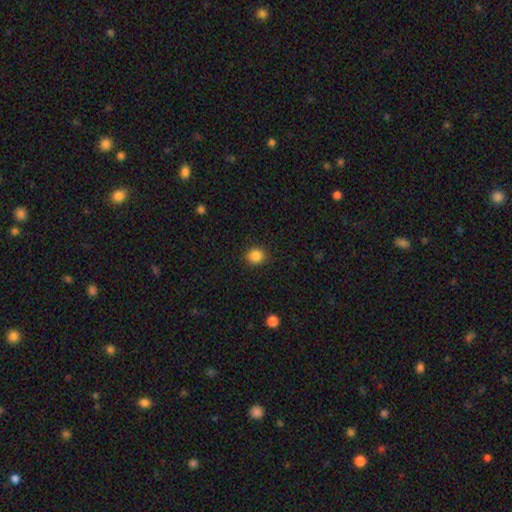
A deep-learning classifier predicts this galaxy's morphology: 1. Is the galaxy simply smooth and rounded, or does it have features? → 86% smooth, 10% star or artifact, 3% featured or disk.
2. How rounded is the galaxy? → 81% round, 18% in between, 1% cigar-shaped.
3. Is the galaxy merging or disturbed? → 89% none, 8% minor disturbance, 2% major disturbance, 1% merger.